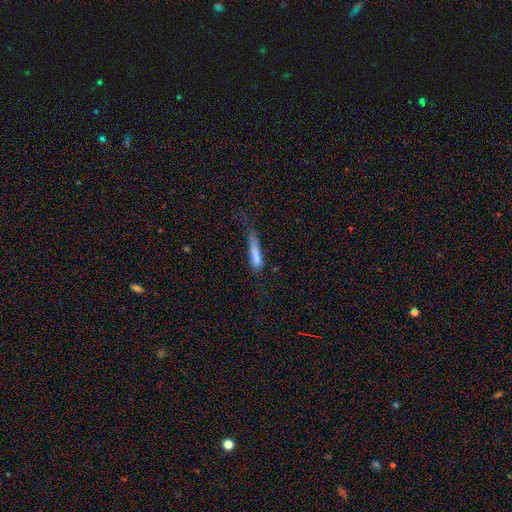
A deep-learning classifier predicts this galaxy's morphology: This is likely a smooth galaxy (77%). How rounded: clearly cigar-shaped (83%). Merging: marginally none (43%).